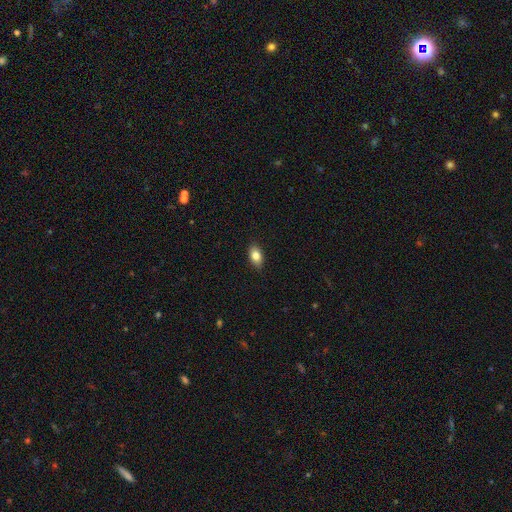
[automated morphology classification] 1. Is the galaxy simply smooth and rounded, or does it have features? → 81% smooth, 11% featured or disk, 8% star or artifact.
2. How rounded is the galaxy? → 88% in between, 9% round, 3% cigar-shaped.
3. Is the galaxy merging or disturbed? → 88% none, 9% minor disturbance, 2% major disturbance, 1% merger.